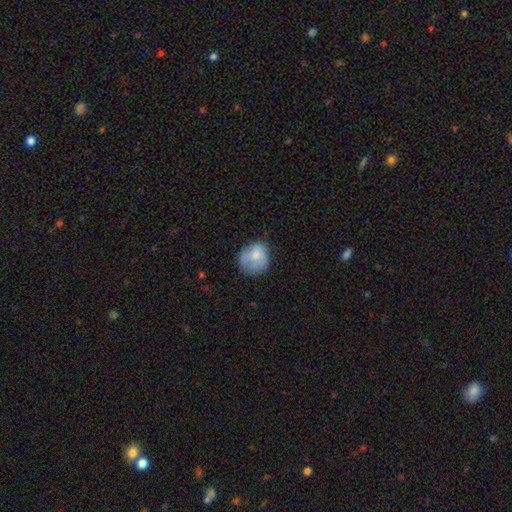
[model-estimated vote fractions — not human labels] smooth-or-featured: smooth: 70% | featured or disk: 22% | star or artifact: 7%
  how-rounded: round: 73% | in between: 26% | cigar-shaped: 1%
  merging: none: 60% | minor disturbance: 27% | major disturbance: 11% | merger: 2%